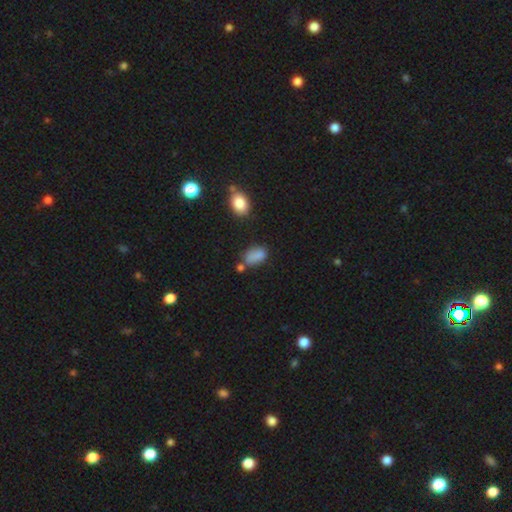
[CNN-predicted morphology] smooth_or_featured: smooth (p=0.79) [alt: star or artifact p=0.12]
how_rounded: in between (p=0.88) [alt: round p=0.09]
merging: none (p=0.51) [alt: minor disturbance p=0.25]